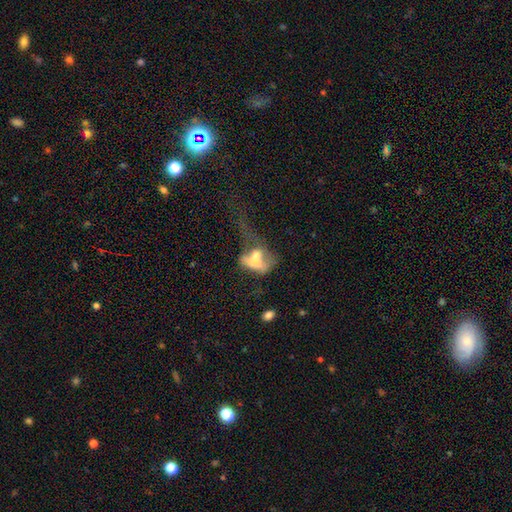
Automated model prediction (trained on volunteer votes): smooth-or-featured: smooth: 48% | featured or disk: 41% | star or artifact: 11%
  merging: merger: 50% | major disturbance: 30% | none: 11% | minor disturbance: 8%